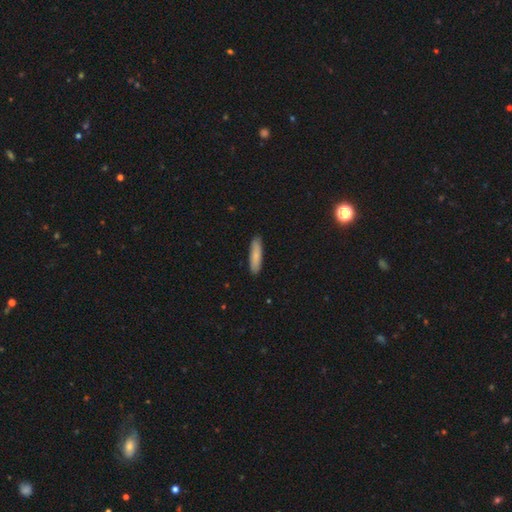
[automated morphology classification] Smooth or featured: smooth — 83% (featured or disk — 12%)
How rounded: cigar-shaped — 75% (in between — 23%)
Merging: none — 91% (minor disturbance — 7%)